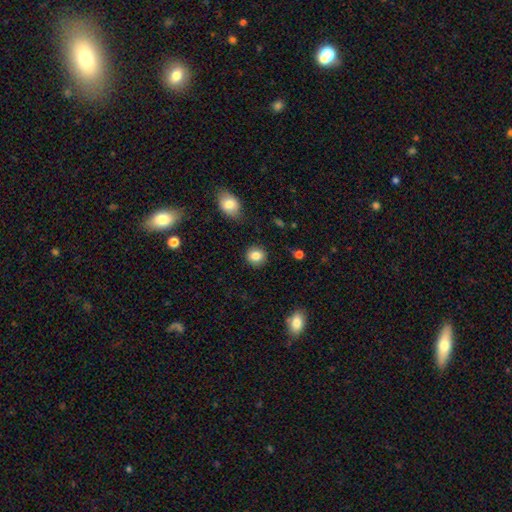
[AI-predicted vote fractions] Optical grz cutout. It shows a smooth galaxy with no disk features (85%) that is round (84%). Merging: none (88%).